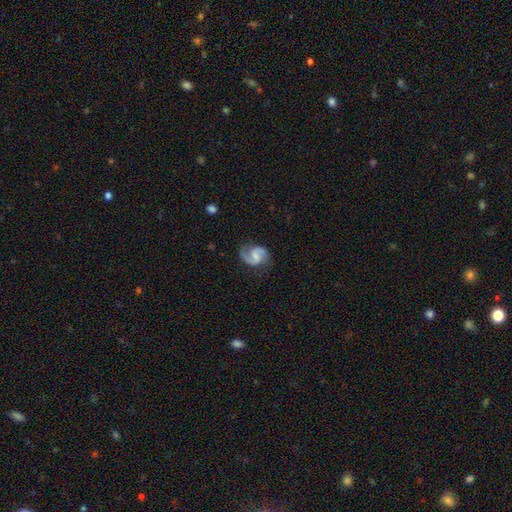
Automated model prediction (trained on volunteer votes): Q: Smooth or featured?
A: featured or disk (85%); runner-up: smooth (10%)
Q: Edge-on disk?
A: no (98%); runner-up: yes (2%)
Q: Bar?
A: weak (55%); runner-up: no (27%)
Q: Spiral arms?
A: yes (97%); runner-up: no (3%)
Q: Spiral winding?
A: medium (54%); runner-up: loose (31%)
Q: Spiral arm count?
A: 2 (91%); runner-up: 1 (4%)
Q: Bulge size?
A: small (44%); runner-up: moderate (29%)
Q: Merging?
A: none (78%); runner-up: minor disturbance (16%)